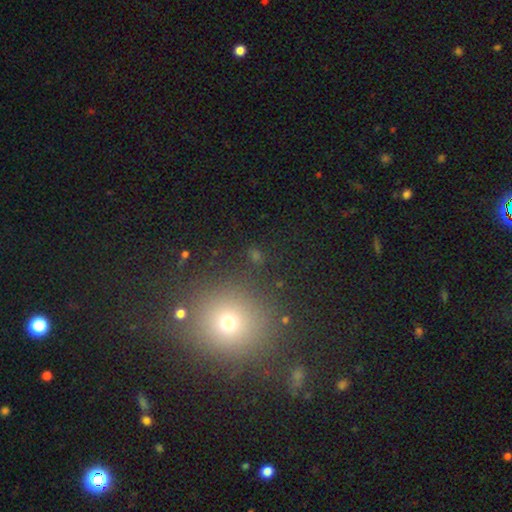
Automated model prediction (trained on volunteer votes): The model was most divided on "smooth or featured": smooth: 54%, star or artifact: 37%, featured or disk: 10%. More confident: merging — none (84%); how rounded — round (82%).